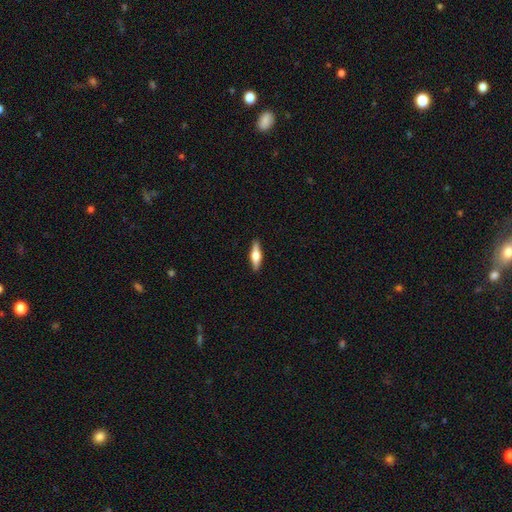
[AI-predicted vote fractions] smooth-or-featured: smooth: 48% | featured or disk: 47% | star or artifact: 6%
  merging: none: 90% | minor disturbance: 7% | major disturbance: 2% | merger: 1%